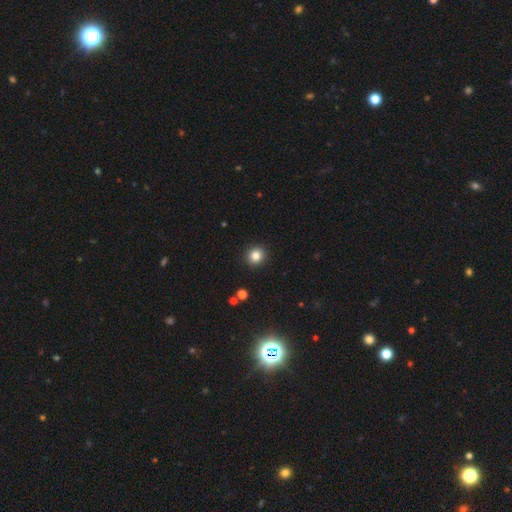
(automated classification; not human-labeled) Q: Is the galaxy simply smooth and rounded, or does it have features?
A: smooth — 83%.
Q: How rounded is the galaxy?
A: round — 90%.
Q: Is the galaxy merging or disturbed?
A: none — 92%.